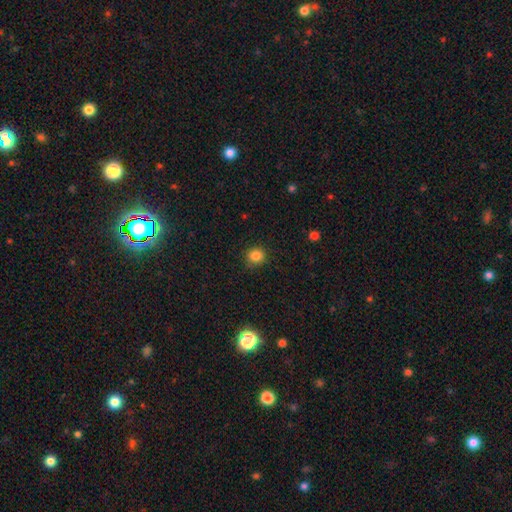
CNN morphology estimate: type=smooth (84%); roundness=round (89%); merging=none (89%).